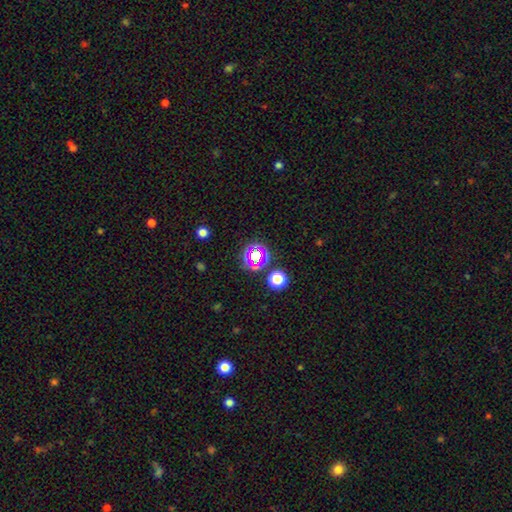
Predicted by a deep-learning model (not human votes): Overall: star or artifact (58%; smooth 30%).